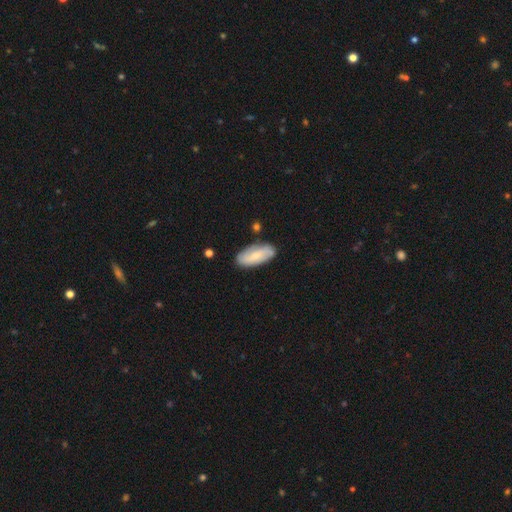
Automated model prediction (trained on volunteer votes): Smooth or featured?
  - smooth: 58% *
  - featured or disk: 35%
  - star or artifact: 6%
How rounded?
  - in between: 81% *
  - cigar-shaped: 17%
  - round: 2%
Merging?
  - none: 79% *
  - minor disturbance: 15%
  - merger: 3%
  - major disturbance: 3%